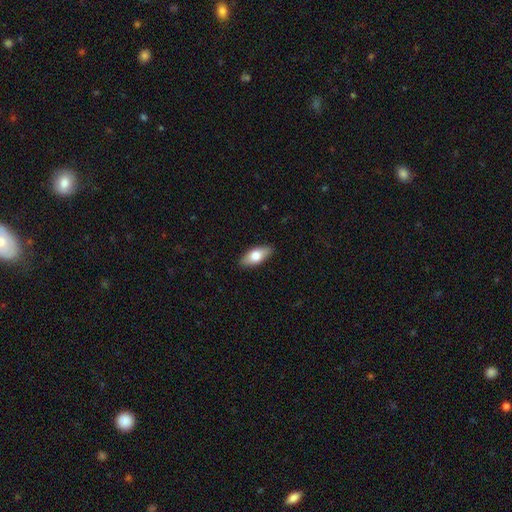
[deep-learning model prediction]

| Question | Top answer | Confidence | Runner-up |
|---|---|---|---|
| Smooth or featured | smooth | 73% | featured or disk (21%) |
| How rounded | in between | 85% | cigar-shaped (12%) |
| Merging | none | 89% | minor disturbance (9%) |